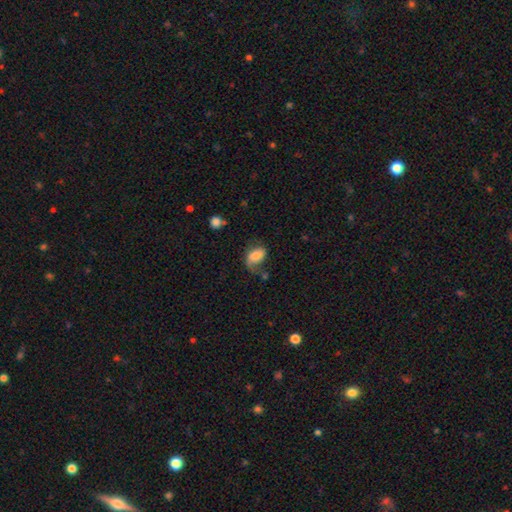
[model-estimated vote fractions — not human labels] Smooth or featured? smooth (66%)
How rounded? in between (87%)
Merging? none (37%)